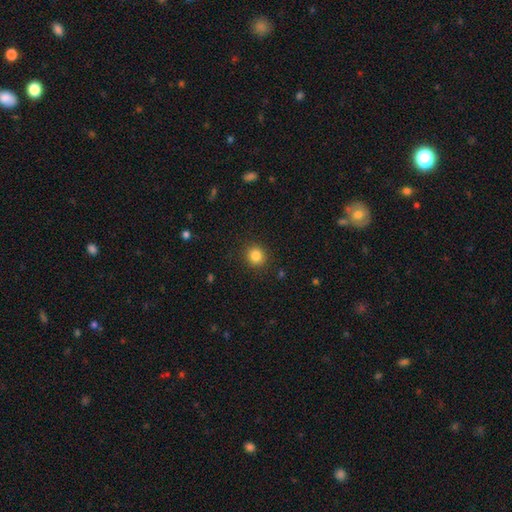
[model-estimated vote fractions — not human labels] smooth-or-featured: smooth: 84% | star or artifact: 11% | featured or disk: 5%
  how-rounded: round: 89% | in between: 10% | cigar-shaped: 1%
  merging: none: 90% | minor disturbance: 6% | major disturbance: 2% | merger: 1%